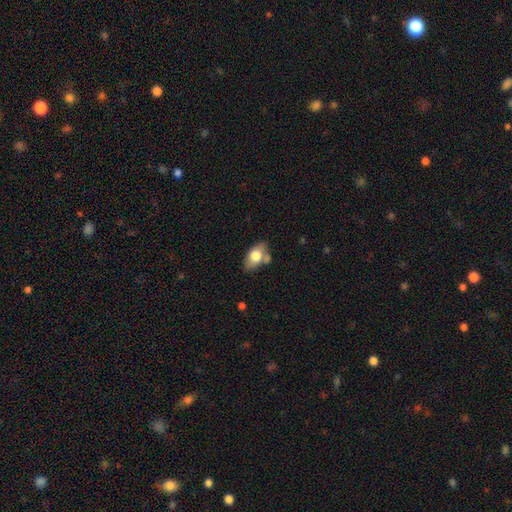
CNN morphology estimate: type=smooth (70%); roundness=in between (90%); merging=none (58%).